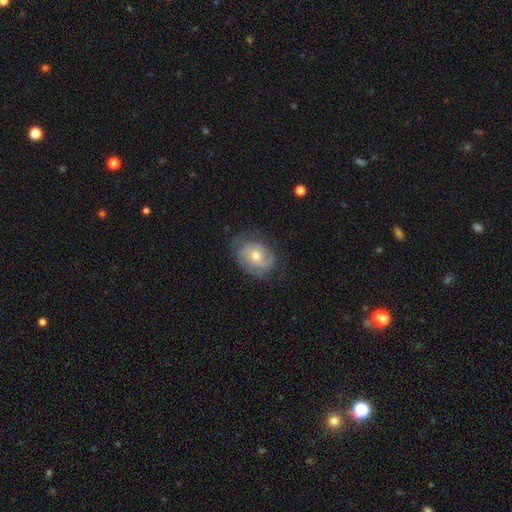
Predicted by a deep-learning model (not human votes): Smooth or featured?
  - featured or disk: 61% *
  - smooth: 32%
  - star or artifact: 7%
Edge-on disk?
  - no: 97% *
  - yes: 3%
Bar?
  - no: 72% *
  - weak: 24%
  - strong: 4%
Spiral arms?
  - yes: 80% *
  - no: 20%
Bulge size?
  - moderate: 56% *
  - small: 40%
  - large: 2%
  - none: 1%
  - dominant: 1%
Merging?
  - none: 66% *
  - minor disturbance: 23%
  - major disturbance: 10%
  - merger: 1%